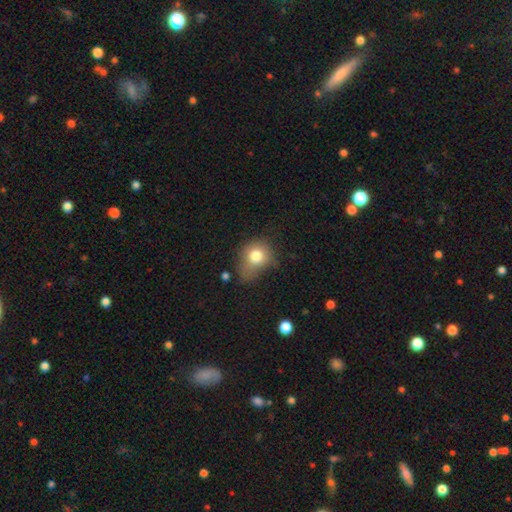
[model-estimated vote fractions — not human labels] Overall: smooth (76%). How rounded: round (59%; in between 40%). Merging: minor disturbance (37%; none 33%).